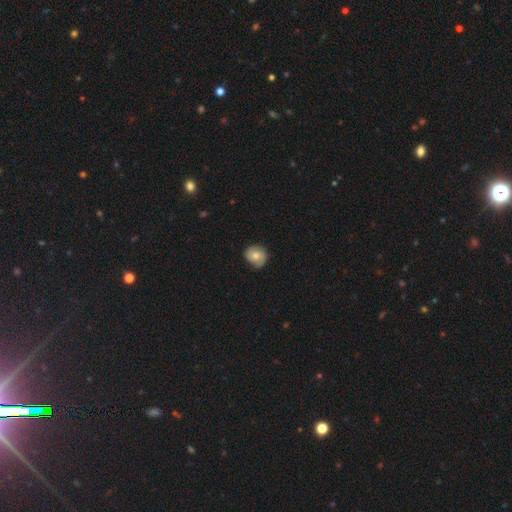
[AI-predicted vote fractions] This appears to be a smooth galaxy with no disk features (59%) that is round (76%). Merging: none (71%).